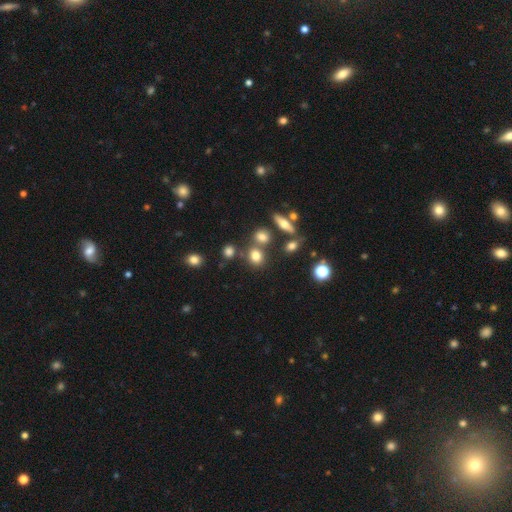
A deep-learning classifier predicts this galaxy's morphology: A smooth galaxy with no disk features (75%) that is round (66%). Merging: none (66%).